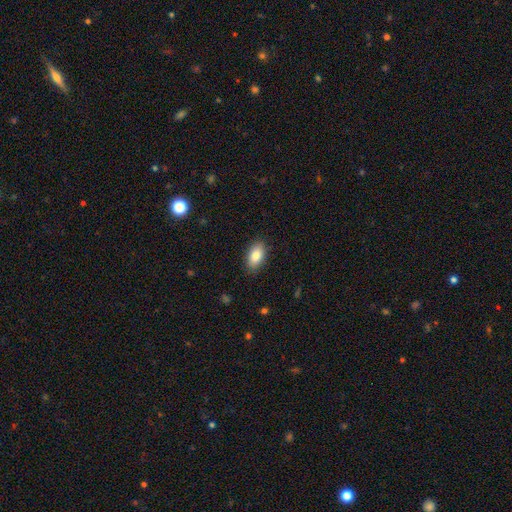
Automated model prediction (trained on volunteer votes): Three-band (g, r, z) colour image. It shows a smooth galaxy with no disk features (83%) that is in between round and cigar-shaped (92%). Merging: none (87%).